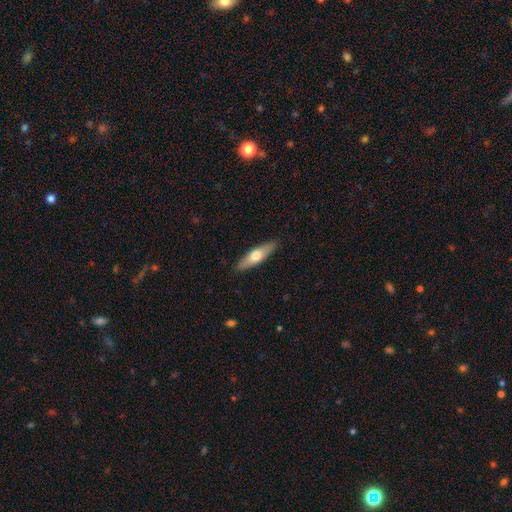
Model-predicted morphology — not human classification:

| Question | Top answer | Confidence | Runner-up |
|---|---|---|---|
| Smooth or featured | smooth | 57% | featured or disk (38%) |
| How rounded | cigar-shaped | 63% | in between (34%) |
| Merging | none | 89% | minor disturbance (8%) |